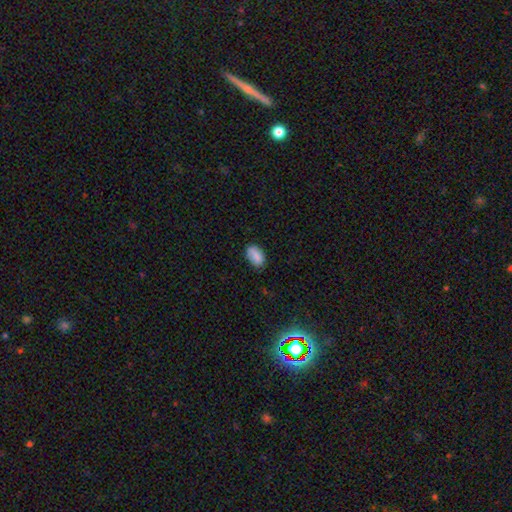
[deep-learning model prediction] Q: Smooth or featured?
A: smooth (84%); runner-up: star or artifact (8%)
Q: How rounded?
A: in between (91%); runner-up: round (7%)
Q: Merging?
A: none (71%); runner-up: minor disturbance (22%)